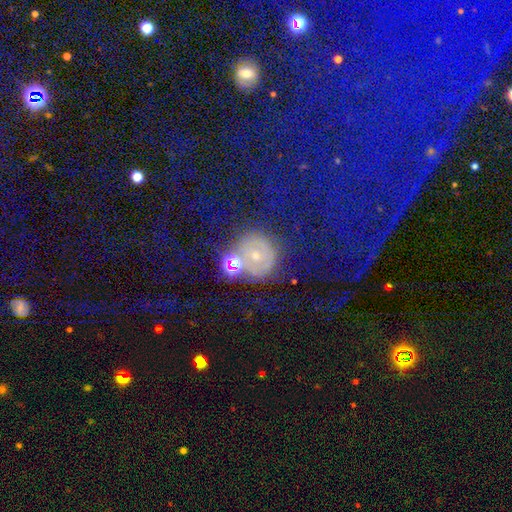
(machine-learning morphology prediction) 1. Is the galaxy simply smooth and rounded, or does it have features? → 42% smooth, 30% star or artifact, 28% featured or disk.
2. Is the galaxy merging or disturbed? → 62% none, 16% merger, 14% minor disturbance, 8% major disturbance.